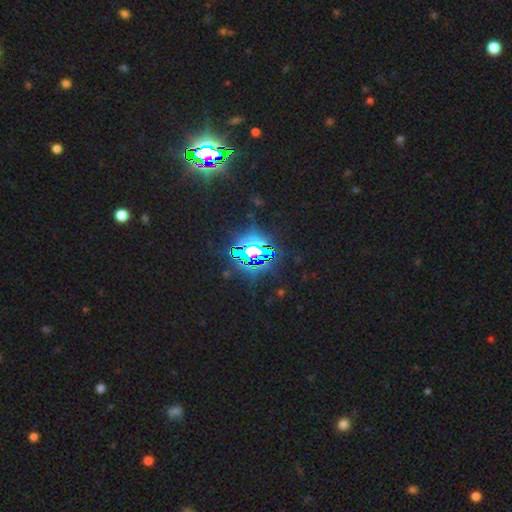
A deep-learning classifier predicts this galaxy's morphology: A star or artifact, not a galaxy (83%).